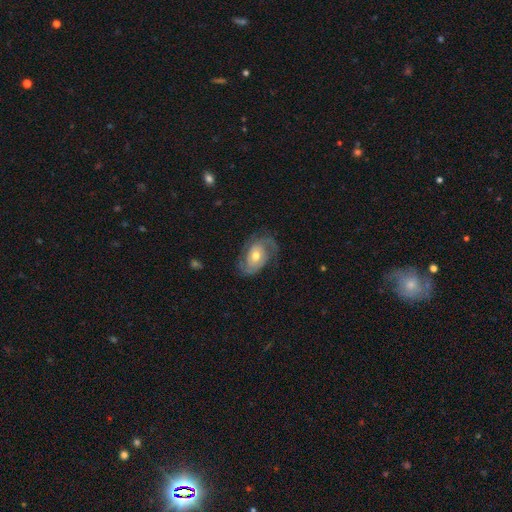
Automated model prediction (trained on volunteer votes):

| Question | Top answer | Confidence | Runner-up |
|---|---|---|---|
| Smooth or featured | featured or disk | 83% | smooth (11%) |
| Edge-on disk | no | 96% | yes (4%) |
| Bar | no | 69% | weak (25%) |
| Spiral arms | yes | 93% | no (7%) |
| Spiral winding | tight | 48% | medium (38%) |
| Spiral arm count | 2 | 74% | can't tell (11%) |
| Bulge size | moderate | 77% | small (13%) |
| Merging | none | 73% | minor disturbance (17%) |